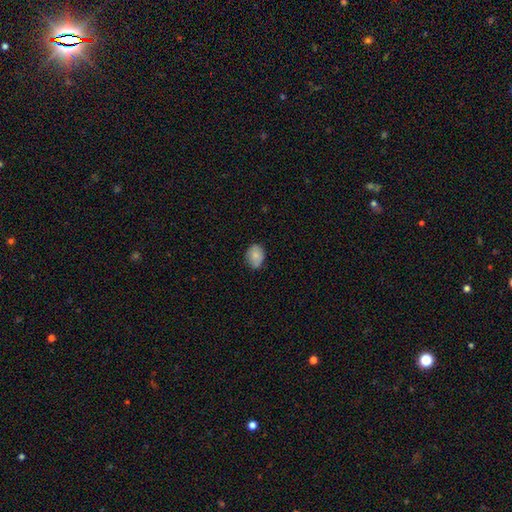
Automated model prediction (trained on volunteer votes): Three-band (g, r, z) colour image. It shows a smooth galaxy with no disk features (82%) that is in between round and cigar-shaped (62%). Merging: none (71%).